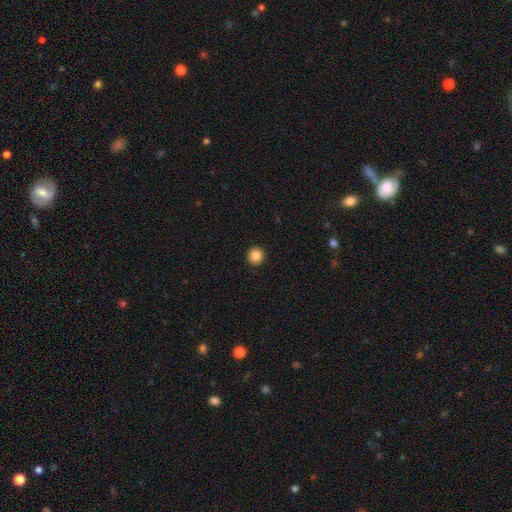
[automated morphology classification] Q: Smooth or featured?
A: smooth (86%); runner-up: star or artifact (10%)
Q: How rounded?
A: round (95%); runner-up: in between (4%)
Q: Merging?
A: none (94%); runner-up: minor disturbance (4%)